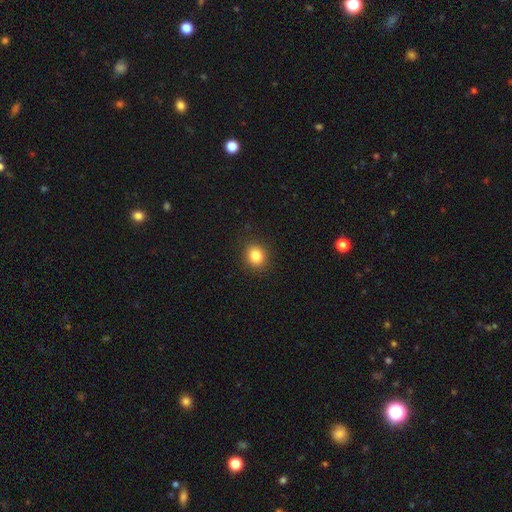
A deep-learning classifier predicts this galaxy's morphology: A smooth galaxy with no disk features (84%) that is round (79%).

Vote fractions:
- Smooth or featured? smooth: 84% / star or artifact: 11% / featured or disk: 5%
- How rounded? round: 79% / in between: 20% / cigar-shaped: 1%
- Merging? none: 91% / minor disturbance: 6% / major disturbance: 2% / merger: 1%